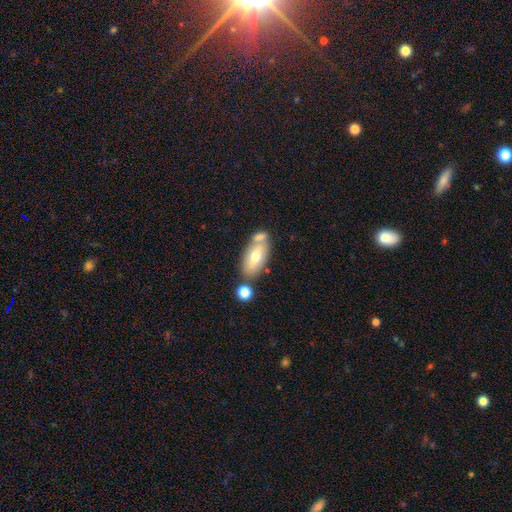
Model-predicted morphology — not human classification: Smooth or featured: smooth — 61% (featured or disk — 32%)
How rounded: in between — 87% (cigar-shaped — 9%)
Merging: none — 55% (merger — 26%)